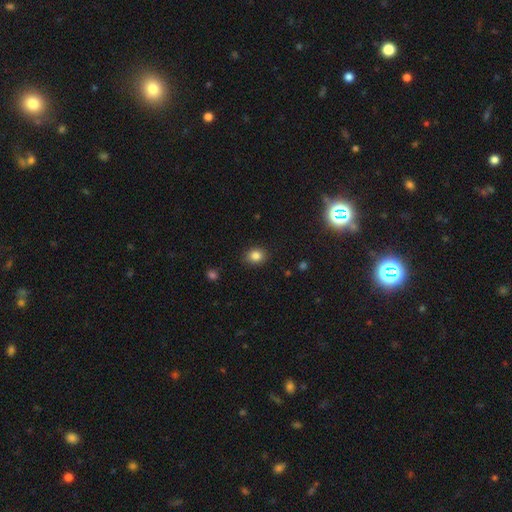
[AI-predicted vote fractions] Smooth or featured? Predicted: smooth (p=0.84). How rounded? Predicted: round (p=0.58). Merging? Predicted: none (p=0.88).